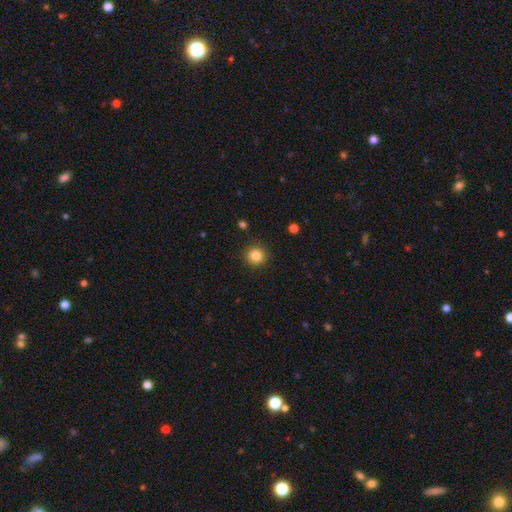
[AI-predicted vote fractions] A smooth galaxy with no disk features (84%) that is round (94%).

Vote fractions:
- Smooth or featured? smooth: 84% / star or artifact: 11% / featured or disk: 5%
- How rounded? round: 94% / in between: 5% / cigar-shaped: 1%
- Merging? none: 91% / minor disturbance: 6% / major disturbance: 2% / merger: 1%